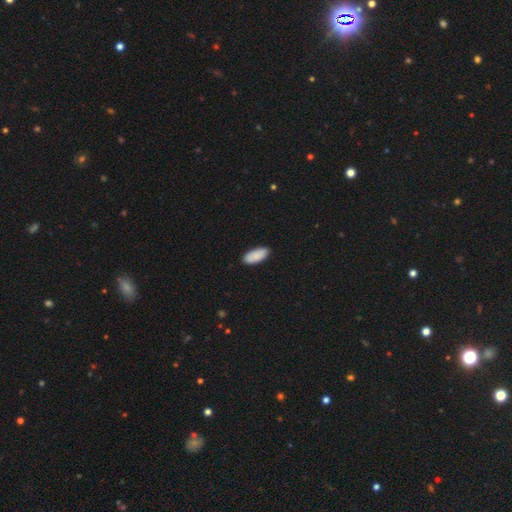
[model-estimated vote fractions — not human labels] smooth_or_featured: smooth (p=0.90) [alt: star or artifact p=0.06]
how_rounded: in between (p=0.89) [alt: cigar-shaped p=0.09]
merging: none (p=0.89) [alt: minor disturbance p=0.08]